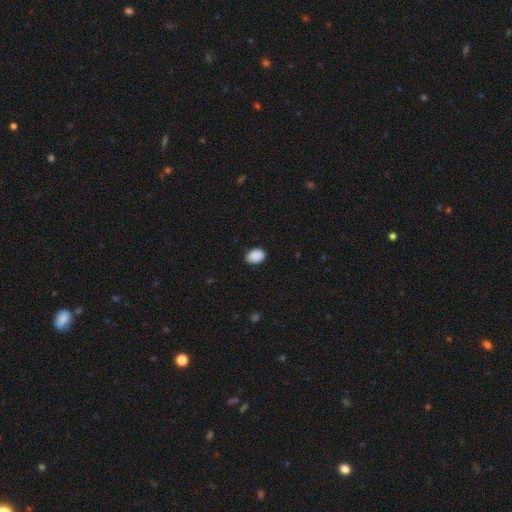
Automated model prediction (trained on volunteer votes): Smooth or featured? Predicted: smooth (p=0.90). How rounded? Predicted: in between (p=0.80). Merging? Predicted: none (p=0.86).